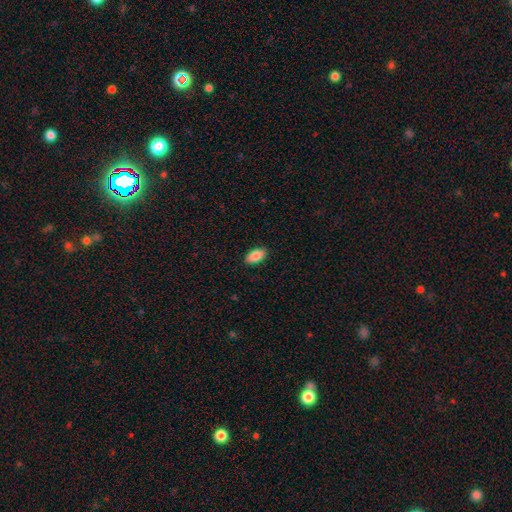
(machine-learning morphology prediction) The model was most divided on "smooth or featured": smooth: 87%, star or artifact: 7%, featured or disk: 6%. More confident: how rounded — in between (93%); merging — none (90%).